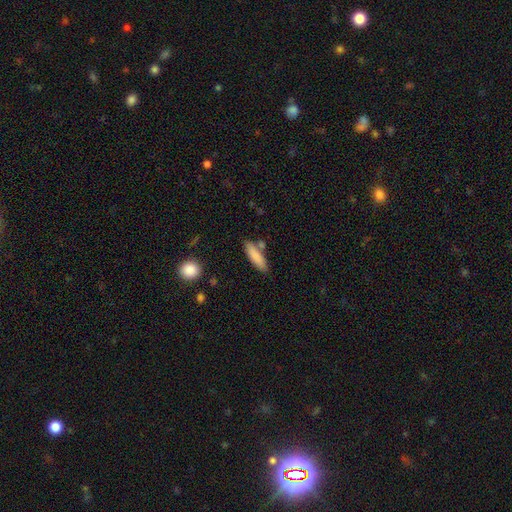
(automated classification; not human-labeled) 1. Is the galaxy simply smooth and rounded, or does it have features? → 84% smooth, 10% featured or disk, 6% star or artifact.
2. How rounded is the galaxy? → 58% cigar-shaped, 40% in between, 2% round.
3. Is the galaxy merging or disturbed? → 74% none, 13% minor disturbance, 10% merger, 3% major disturbance.